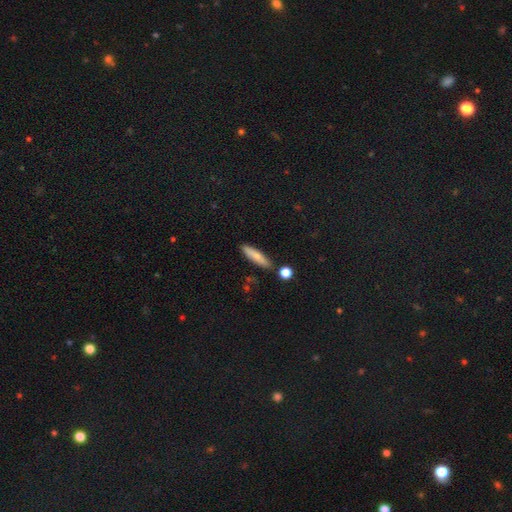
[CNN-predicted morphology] type=smooth (75%); roundness=cigar-shaped (73%); merging=none (82%).